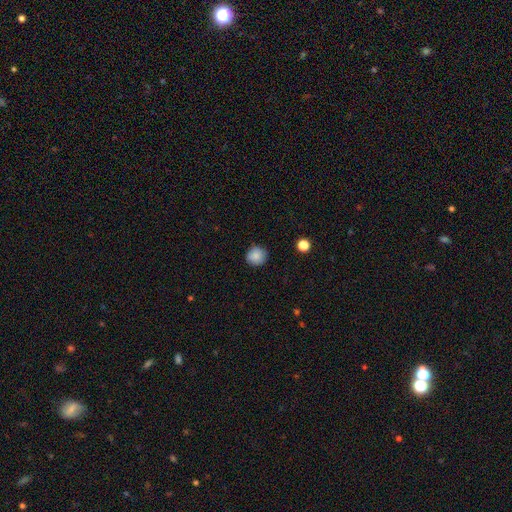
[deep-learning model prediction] Smooth or featured: smooth — 86% (star or artifact — 9%)
How rounded: round — 92% (in between — 7%)
Merging: none — 86% (minor disturbance — 10%)